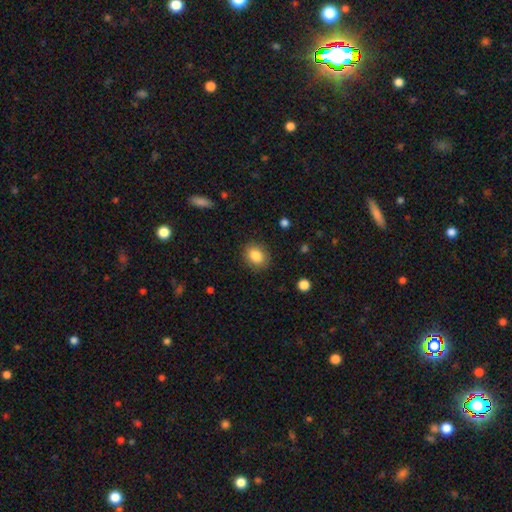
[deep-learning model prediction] The model was most divided on "how rounded" (2-way tie): in between: 50%, round: 50%, cigar-shaped: 1%. More confident: merging — none (87%); smooth or featured — smooth (84%).